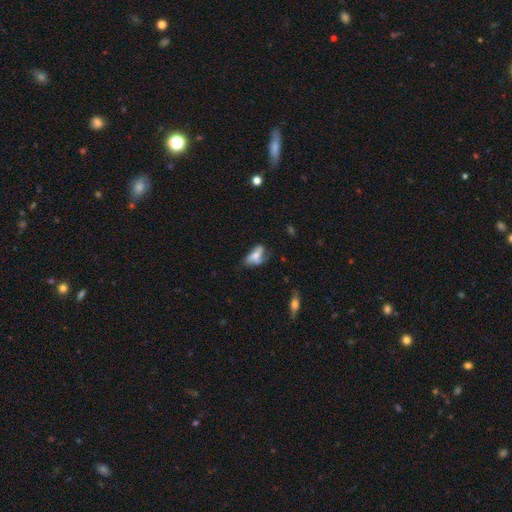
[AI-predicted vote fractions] The model was most divided on "merging": none: 41%, minor disturbance: 31%, major disturbance: 20%, merger: 8%. More confident: how rounded — in between (81%); smooth or featured — smooth (56%).